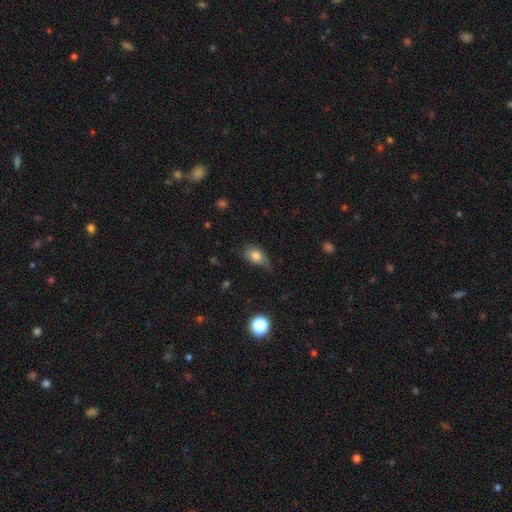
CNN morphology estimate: type=smooth (78%); roundness=in between (79%); merging=none (47%).